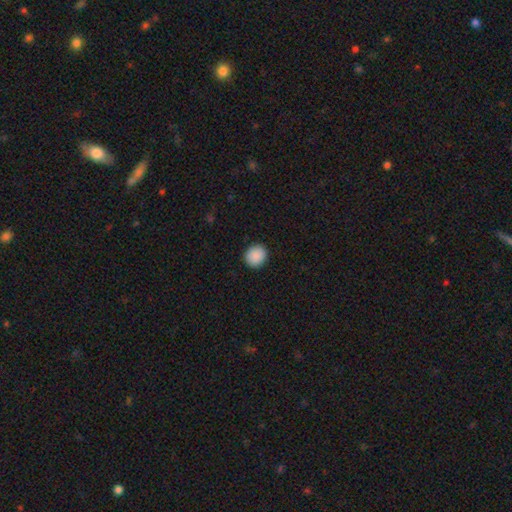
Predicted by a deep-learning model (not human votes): smooth_or_featured: smooth (p=0.90) [alt: star or artifact p=0.07]
how_rounded: round (p=0.88) [alt: in between p=0.11]
merging: none (p=0.92) [alt: minor disturbance p=0.06]